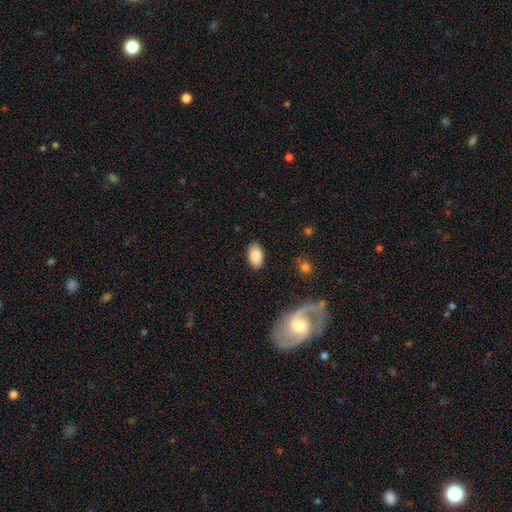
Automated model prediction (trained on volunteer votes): Smooth or featured: smooth — 86% (featured or disk — 7%)
How rounded: in between — 94% (round — 4%)
Merging: none — 87% (minor disturbance — 10%)